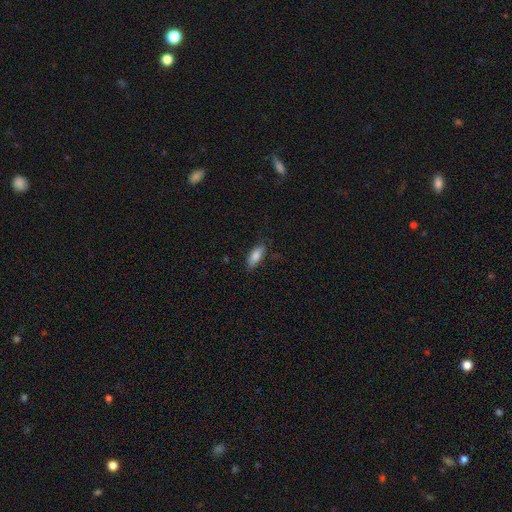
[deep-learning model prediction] This appears to be a smooth galaxy with no disk features (84%) that is in between round and cigar-shaped (74%). Merging: none (79%).